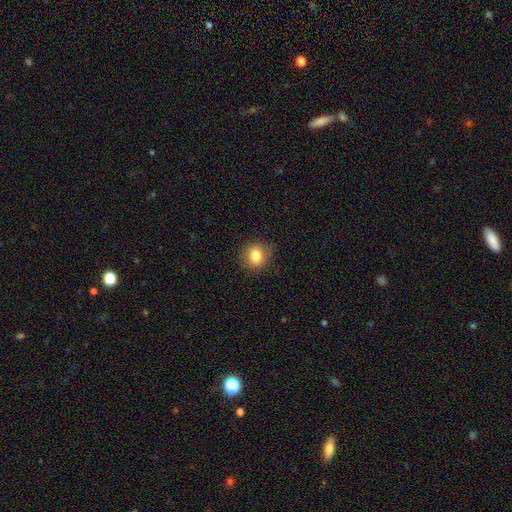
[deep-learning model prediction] A smooth galaxy with no disk features (83%) that is round (72%). Merging: none (85%).